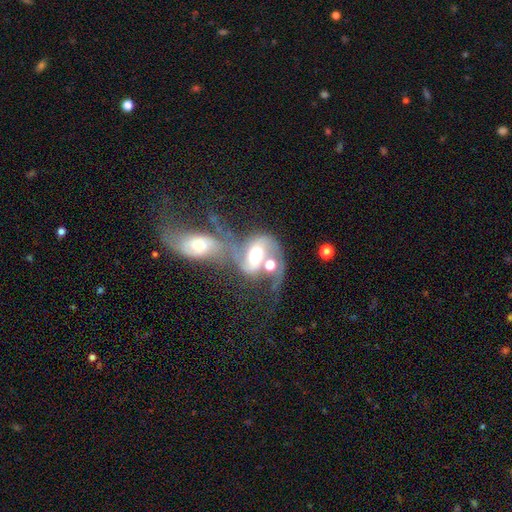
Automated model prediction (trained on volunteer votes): Q: Smooth or featured?
A: featured or disk (73%); runner-up: smooth (19%)
Q: Edge-on disk?
A: no (96%); runner-up: yes (4%)
Q: Bar?
A: no (39%); runner-up: weak (36%)
Q: Spiral arms?
A: yes (90%); runner-up: no (10%)
Q: Spiral winding?
A: loose (54%); runner-up: medium (35%)
Q: Spiral arm count?
A: 2 (81%); runner-up: 1 (10%)
Q: Bulge size?
A: moderate (44%); runner-up: large (38%)
Q: Merging?
A: merger (69%); runner-up: none (13%)